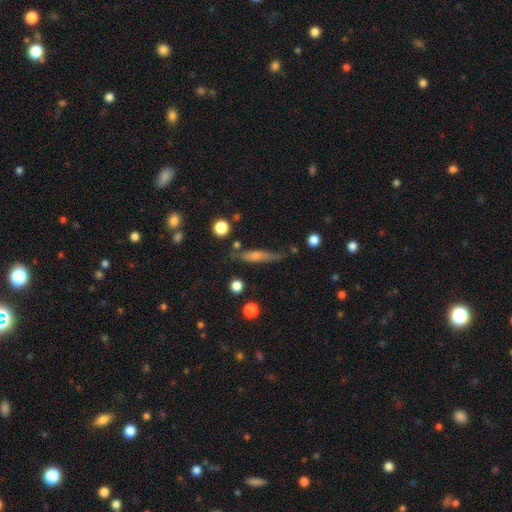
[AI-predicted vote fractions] This appears to be a featured or disk galaxy (50%) viewed edge-on (89%). Merging: none (72%).